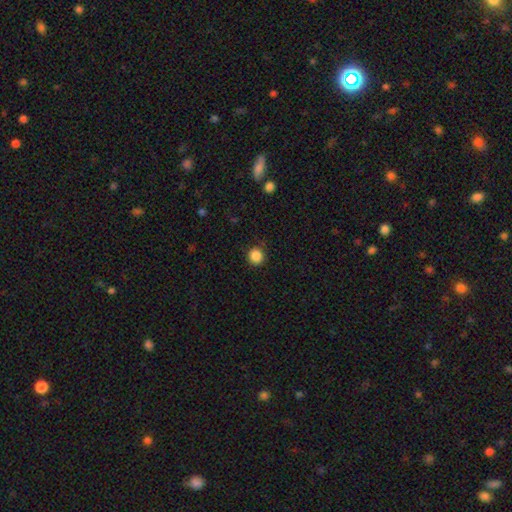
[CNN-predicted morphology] Q: Smooth or featured?
A: smooth (87%); runner-up: star or artifact (10%)
Q: How rounded?
A: round (92%); runner-up: in between (7%)
Q: Merging?
A: none (89%); runner-up: minor disturbance (7%)